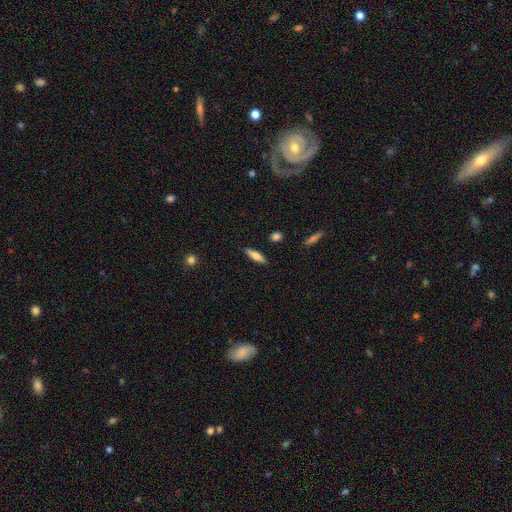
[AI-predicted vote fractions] Q: Smooth or featured?
A: smooth (63%); runner-up: featured or disk (31%)
Q: How rounded?
A: cigar-shaped (67%); runner-up: in between (31%)
Q: Merging?
A: none (87%); runner-up: minor disturbance (9%)